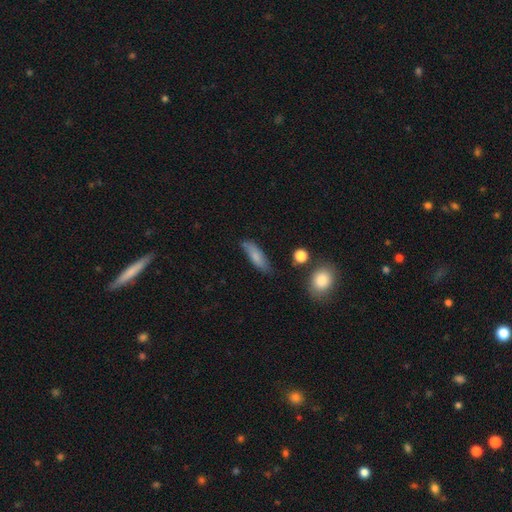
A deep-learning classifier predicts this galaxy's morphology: smooth_or_featured: smooth (p=0.78) [alt: featured or disk p=0.15]
how_rounded: cigar-shaped (p=0.51) [alt: in between p=0.46]
merging: none (p=0.72) [alt: minor disturbance p=0.20]